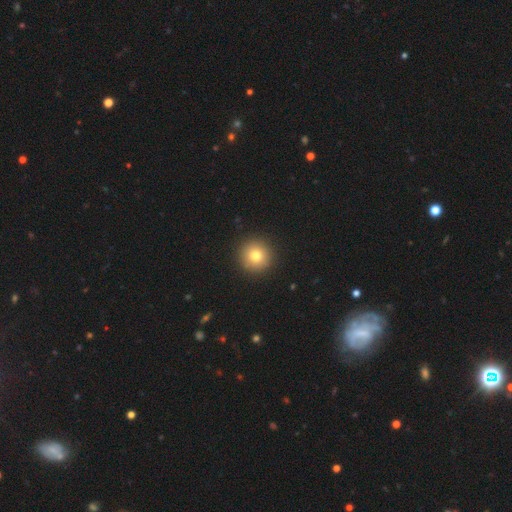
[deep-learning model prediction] Morphology: type=smooth (78%); roundness=round (96%); merging=none (92%).